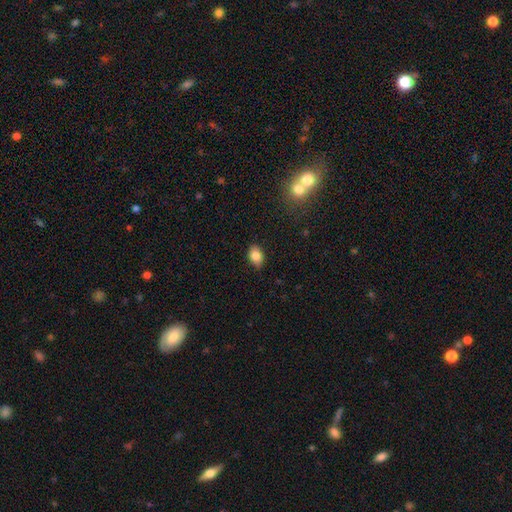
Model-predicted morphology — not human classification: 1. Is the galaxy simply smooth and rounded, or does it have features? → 84% smooth, 9% star or artifact, 7% featured or disk.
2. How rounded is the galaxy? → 81% in between, 17% round, 2% cigar-shaped.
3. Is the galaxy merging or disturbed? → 82% none, 14% minor disturbance, 2% major disturbance, 1% merger.